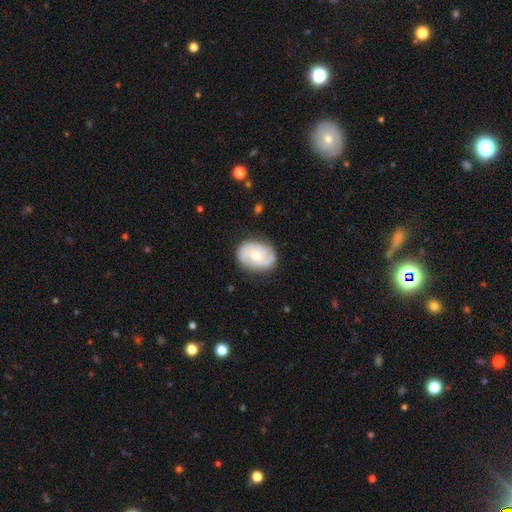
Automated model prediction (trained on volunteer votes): featured or disk 70%, smooth 25%, star or artifact 5%. Down the decision tree: edge-on disk — no (97%); bar — no (63%); spiral arms — yes (87%); spiral arm count — 2 (57%); spiral winding — tight (47%); bulge size — moderate (63%); merging — none (78%).